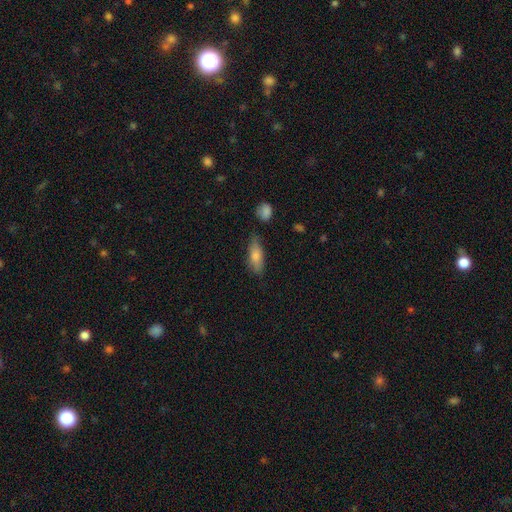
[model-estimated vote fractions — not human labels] smooth-or-featured: smooth: 76% | featured or disk: 17% | star or artifact: 7%
  how-rounded: in between: 65% | cigar-shaped: 32% | round: 3%
  merging: none: 68% | minor disturbance: 22% | major disturbance: 5% | merger: 4%